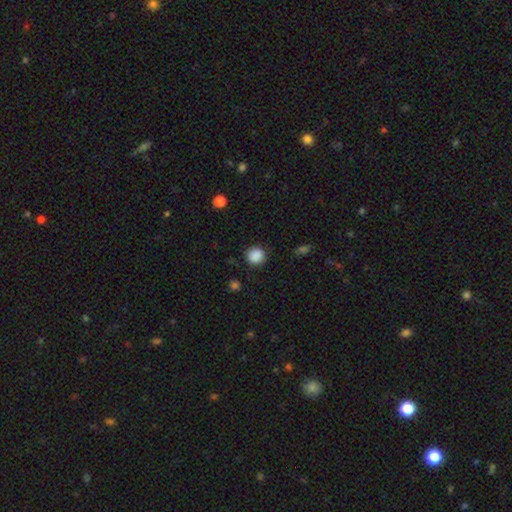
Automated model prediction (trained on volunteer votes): smooth-or-featured: smooth: 88% | star or artifact: 10% | featured or disk: 3%
  how-rounded: round: 90% | in between: 9% | cigar-shaped: 1%
  merging: none: 86% | minor disturbance: 9% | major disturbance: 3% | merger: 1%